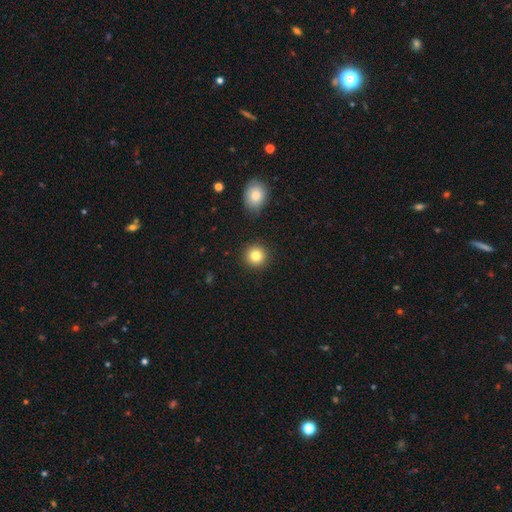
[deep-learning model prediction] A smooth galaxy with no disk features (83%) that is round (93%).

Vote fractions:
- Smooth or featured? smooth: 83% / star or artifact: 10% / featured or disk: 7%
- How rounded? round: 93% / in between: 6% / cigar-shaped: 1%
- Merging? none: 90% / minor disturbance: 6% / merger: 2% / major disturbance: 2%